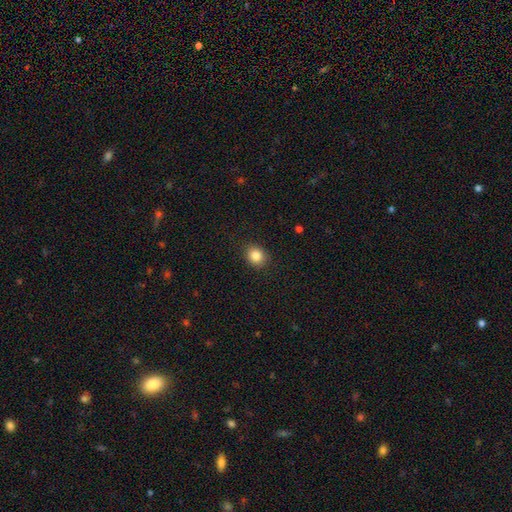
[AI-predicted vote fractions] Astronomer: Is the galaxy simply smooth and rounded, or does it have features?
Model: smooth — 85%.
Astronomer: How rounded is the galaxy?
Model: round — 63%.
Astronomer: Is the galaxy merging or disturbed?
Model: none — 89%.